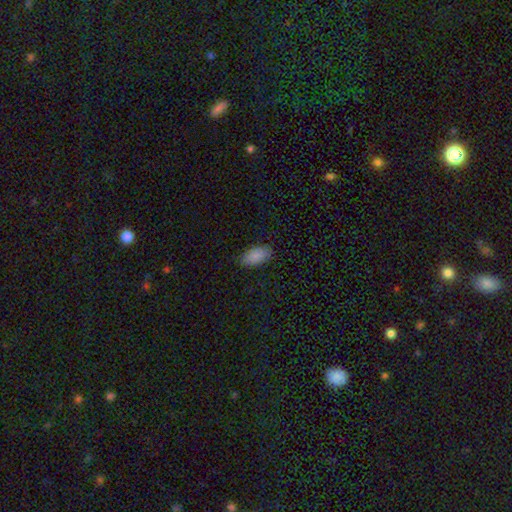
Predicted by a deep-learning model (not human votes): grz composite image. It shows a smooth galaxy with no disk features (89%) that is in between round and cigar-shaped (94%). Merging: none (86%).